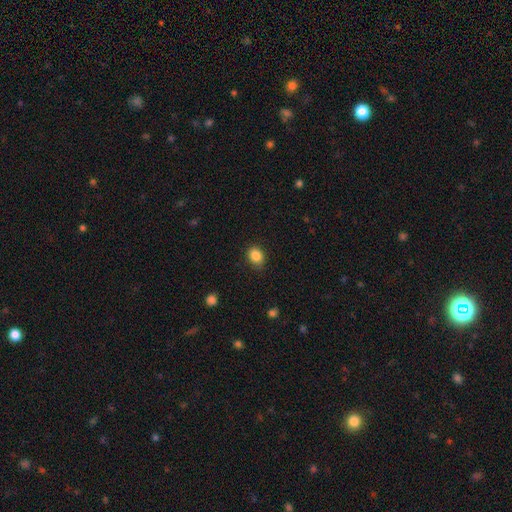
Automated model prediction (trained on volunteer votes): Q: Smooth or featured?
A: smooth (86%); runner-up: star or artifact (10%)
Q: How rounded?
A: in between (54%); runner-up: round (45%)
Q: Merging?
A: none (85%); runner-up: minor disturbance (11%)